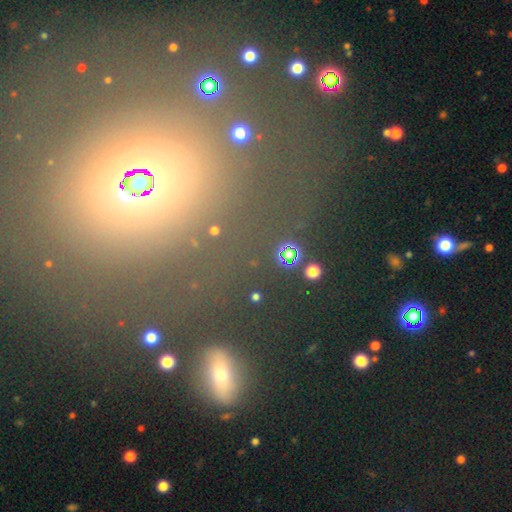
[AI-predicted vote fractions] This is possibly a star or artifact rather than a galaxy (52%).